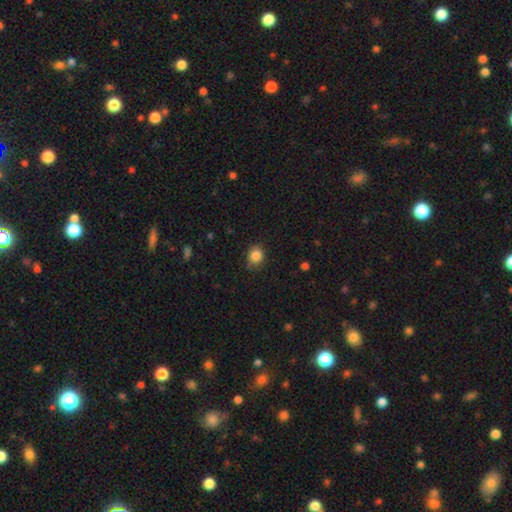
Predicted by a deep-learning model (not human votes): Smooth or featured: smooth — 86% (star or artifact — 10%)
How rounded: round — 69% (in between — 30%)
Merging: none — 77% (minor disturbance — 18%)